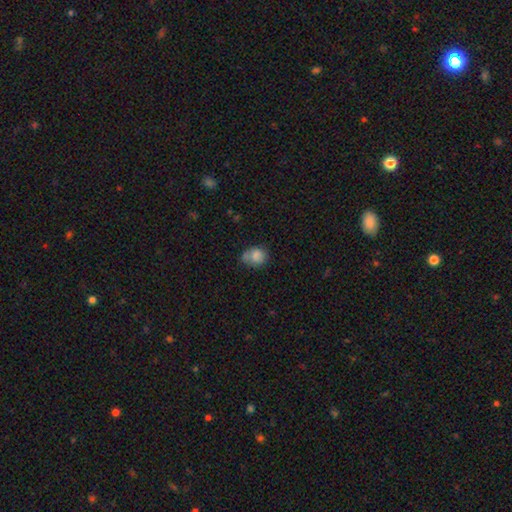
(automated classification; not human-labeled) smooth-or-featured: smooth: 78% | featured or disk: 13% | star or artifact: 9%
  how-rounded: round: 52% | in between: 47% | cigar-shaped: 1%
  merging: none: 51% | minor disturbance: 31% | major disturbance: 9% | merger: 9%